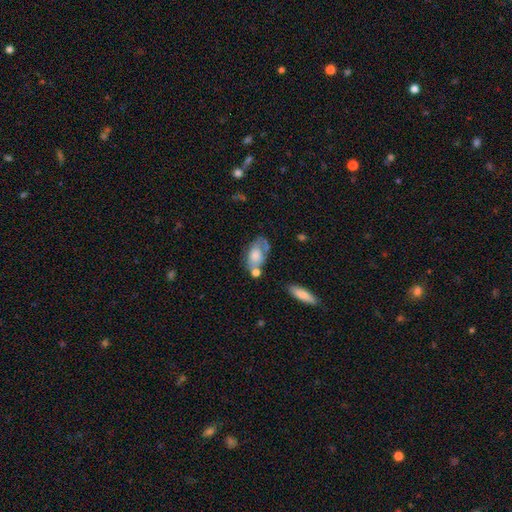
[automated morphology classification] This is likely a smooth galaxy (60%). How rounded: clearly in between (89%). Merging: marginally none (41%).